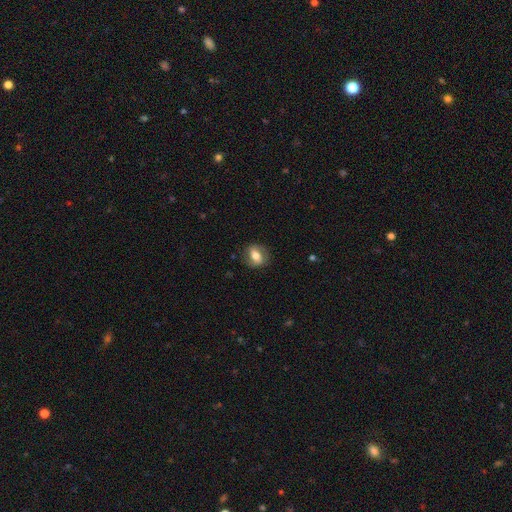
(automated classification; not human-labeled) The model was most divided on "how rounded": in between: 50%, round: 48%, cigar-shaped: 2%. More confident: merging — none (80%); smooth or featured — smooth (57%).